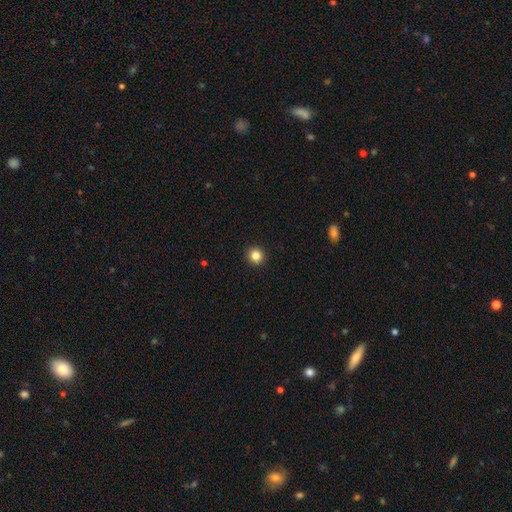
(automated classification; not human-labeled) smooth-or-featured: smooth: 85% | star or artifact: 11% | featured or disk: 4%
  how-rounded: round: 94% | in between: 5% | cigar-shaped: 1%
  merging: none: 93% | minor disturbance: 4% | major disturbance: 2% | merger: 1%